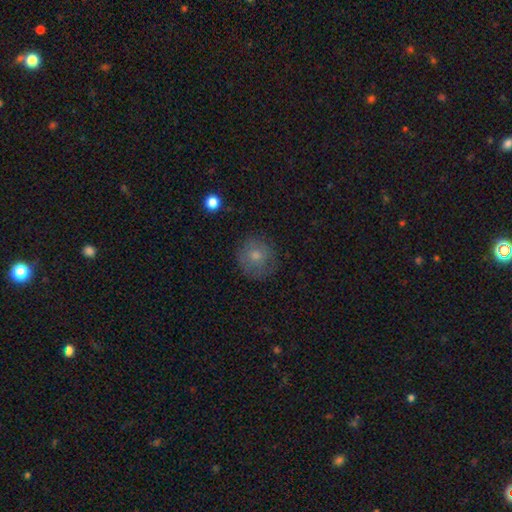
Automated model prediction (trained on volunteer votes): This appears to be a smooth galaxy with no disk features (74%) that is round (91%). Merging: none (79%).